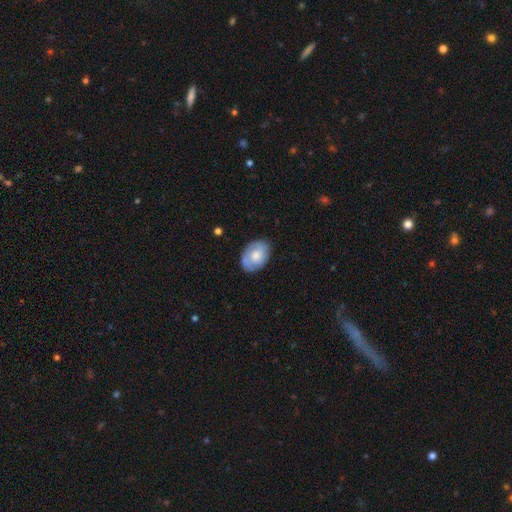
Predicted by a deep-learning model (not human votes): smooth-or-featured: smooth: 61% | featured or disk: 33% | star or artifact: 6%
  how-rounded: in between: 82% | round: 17% | cigar-shaped: 1%
  merging: none: 74% | minor disturbance: 20% | major disturbance: 4% | merger: 2%